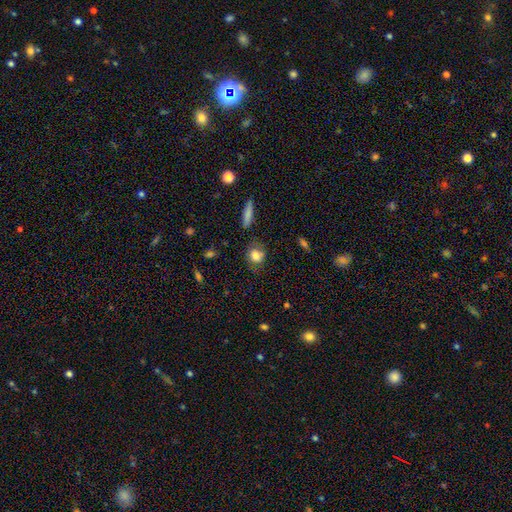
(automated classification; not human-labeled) This is likely a smooth galaxy (80%). How rounded: possibly round (56%). Merging: likely none (68%).